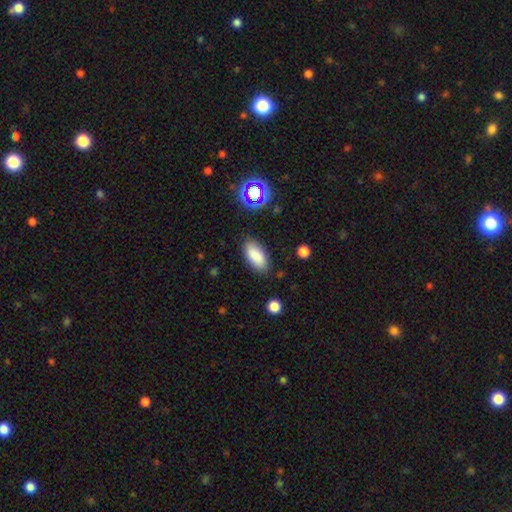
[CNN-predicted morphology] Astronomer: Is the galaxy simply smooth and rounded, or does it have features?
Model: smooth — 86%.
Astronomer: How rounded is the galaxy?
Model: in between — 90%.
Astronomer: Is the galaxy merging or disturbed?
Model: none — 85%.